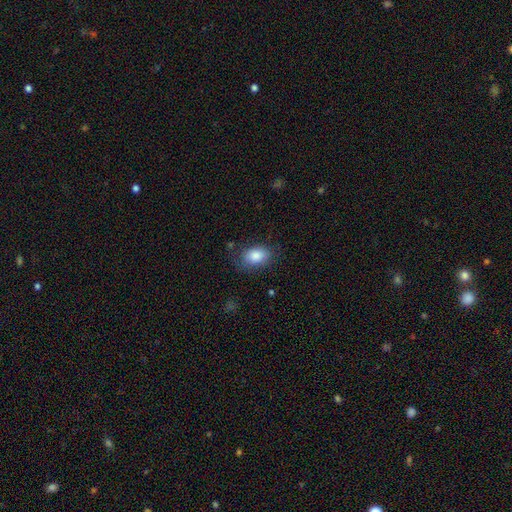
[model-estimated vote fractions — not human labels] Overall: smooth (84%). How rounded: in between (80%). Merging: none (70%).